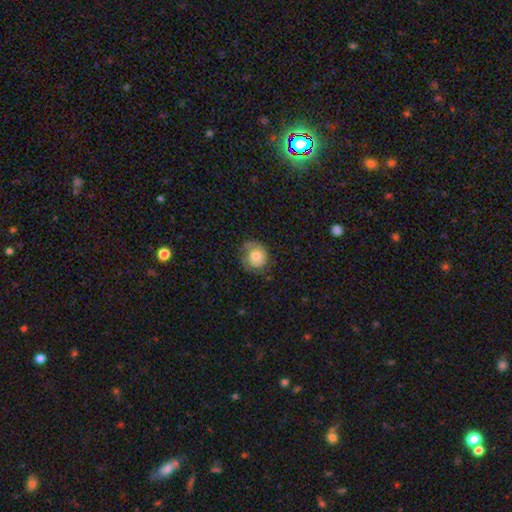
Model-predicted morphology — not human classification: A smooth galaxy with no disk features (62%) that is round (76%). Merging: none (57%).